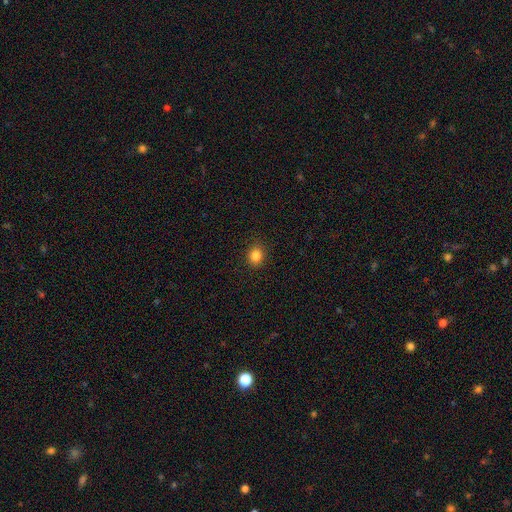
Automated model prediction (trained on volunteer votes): Smooth or featured? smooth (83%)
How rounded? round (73%)
Merging? none (90%)